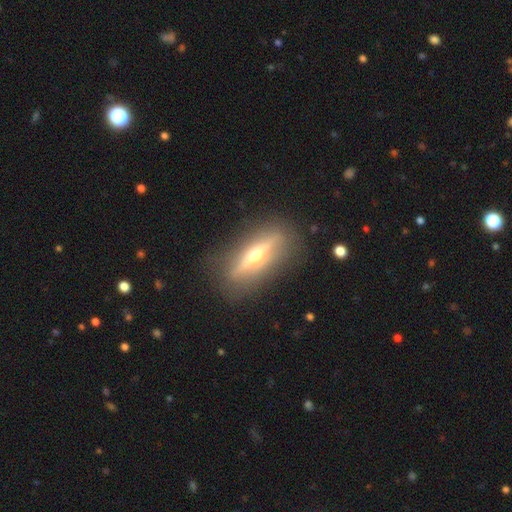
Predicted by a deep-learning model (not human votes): featured or disk 72%, smooth 21%, star or artifact 6%. Down the decision tree: edge-on disk — yes (90%); edge-on bulge — rounded (94%); merging — none (85%).